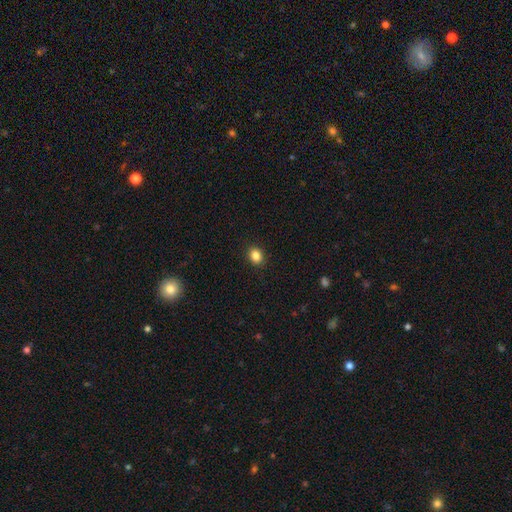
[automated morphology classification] This appears to be a smooth galaxy with no disk features (85%) that is round (56%). Merging: none (91%).